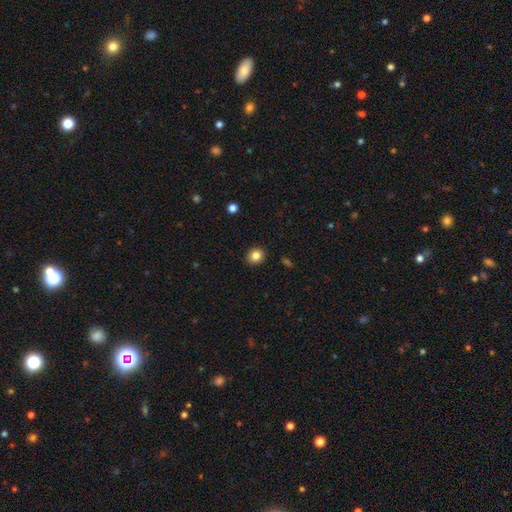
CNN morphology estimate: Overall: smooth (83%). How rounded: round (76%). Merging: none (91%).